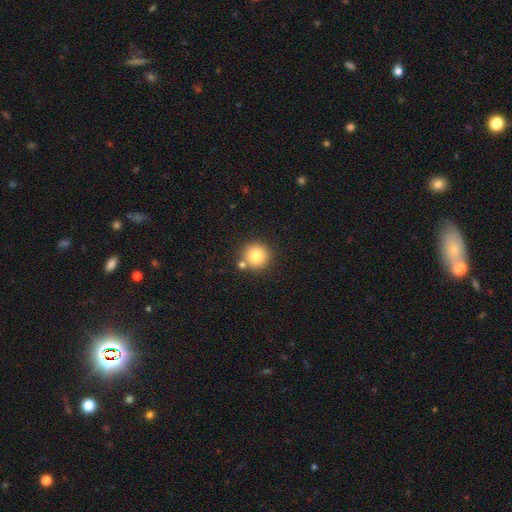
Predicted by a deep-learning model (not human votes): Smooth or featured?
  - smooth: 80% *
  - star or artifact: 10%
  - featured or disk: 9%
How rounded?
  - round: 94% *
  - in between: 5%
  - cigar-shaped: 1%
Merging?
  - none: 76% *
  - merger: 14%
  - minor disturbance: 8%
  - major disturbance: 3%